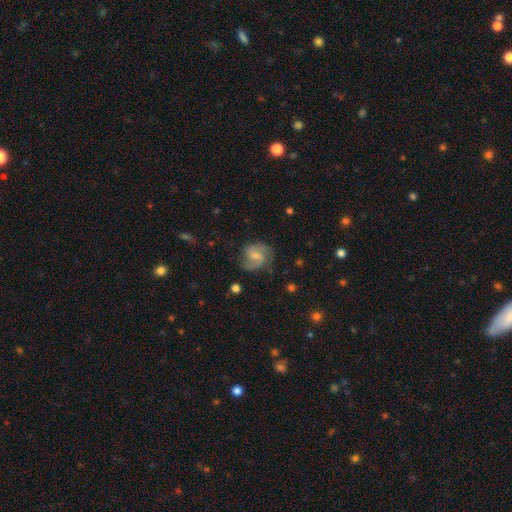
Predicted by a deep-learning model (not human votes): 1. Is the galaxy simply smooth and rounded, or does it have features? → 70% featured or disk, 23% smooth, 7% star or artifact.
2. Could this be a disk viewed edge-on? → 98% no, 2% yes.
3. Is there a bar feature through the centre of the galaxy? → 55% weak, 30% no, 15% strong.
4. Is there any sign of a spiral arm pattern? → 93% yes, 7% no.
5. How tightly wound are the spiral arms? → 49% medium, 33% loose, 18% tight.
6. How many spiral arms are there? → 83% 2, 7% can't tell, 5% 1, 3% 3, 1% 4, 1% more than 4.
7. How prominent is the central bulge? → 51% small, 30% moderate, 16% none, 3% large, 1% dominant.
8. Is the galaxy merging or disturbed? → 69% none, 19% minor disturbance, 10% major disturbance, 2% merger.